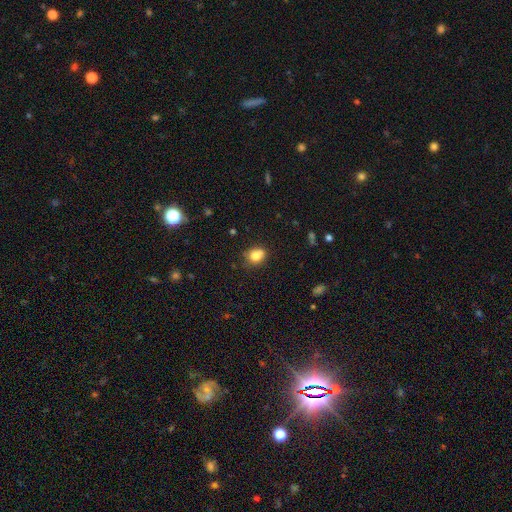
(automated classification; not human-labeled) smooth-or-featured: smooth: 79% | star or artifact: 11% | featured or disk: 10%
  how-rounded: round: 59% | in between: 40% | cigar-shaped: 1%
  merging: none: 63% | minor disturbance: 22% | merger: 10% | major disturbance: 5%